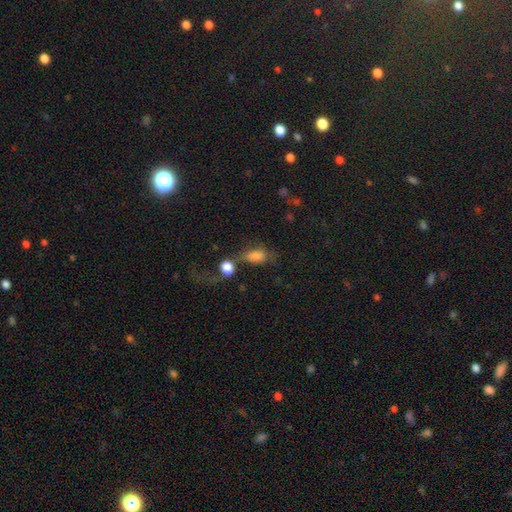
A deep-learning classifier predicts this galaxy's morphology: smooth_or_featured: smooth (p=0.70) [alt: star or artifact p=0.15]
how_rounded: in between (p=0.79) [alt: round p=0.15]
merging: merger (p=0.30) [tied with: none p=0.30]